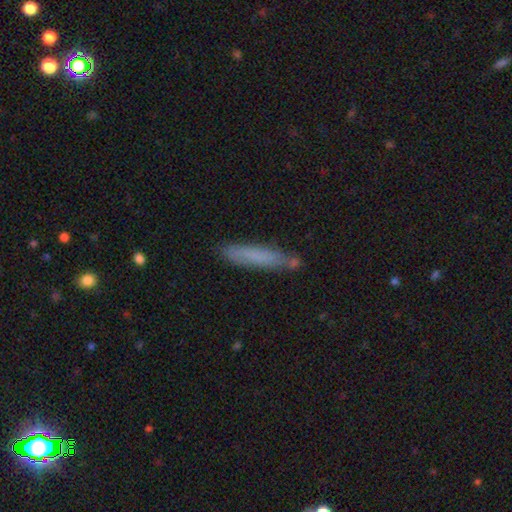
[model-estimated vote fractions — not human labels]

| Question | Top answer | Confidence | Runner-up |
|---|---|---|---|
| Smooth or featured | smooth | 73% | featured or disk (20%) |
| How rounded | cigar-shaped | 90% | in between (8%) |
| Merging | none | 78% | minor disturbance (14%) |